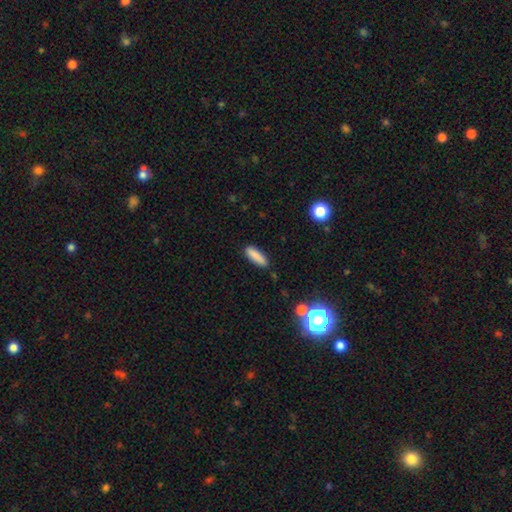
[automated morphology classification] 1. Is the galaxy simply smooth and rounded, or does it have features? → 86% smooth, 8% star or artifact, 6% featured or disk.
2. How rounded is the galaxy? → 55% cigar-shaped, 43% in between, 2% round.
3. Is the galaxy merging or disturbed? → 84% none, 12% minor disturbance, 2% major disturbance, 2% merger.